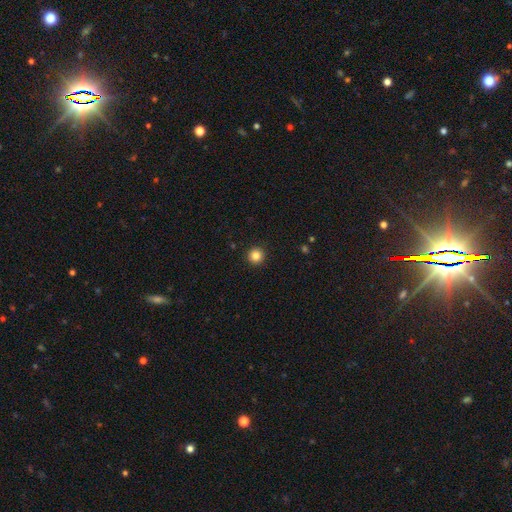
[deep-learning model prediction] Q: Smooth or featured?
A: smooth (84%); runner-up: star or artifact (11%)
Q: How rounded?
A: round (96%); runner-up: in between (3%)
Q: Merging?
A: none (94%); runner-up: minor disturbance (4%)